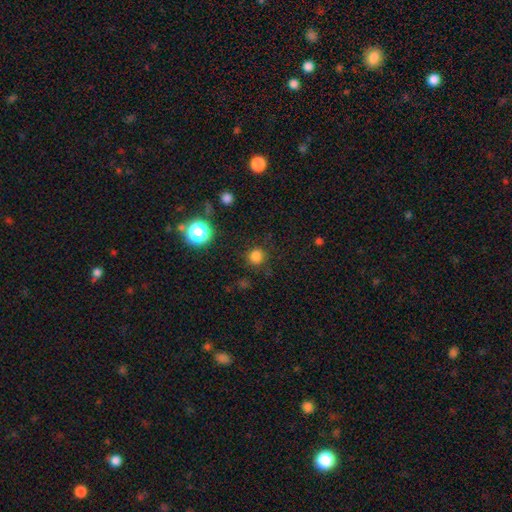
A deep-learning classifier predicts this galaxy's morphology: Q: Smooth or featured?
A: smooth (79%); runner-up: star or artifact (17%)
Q: How rounded?
A: round (93%); runner-up: in between (6%)
Q: Merging?
A: none (86%); runner-up: minor disturbance (9%)